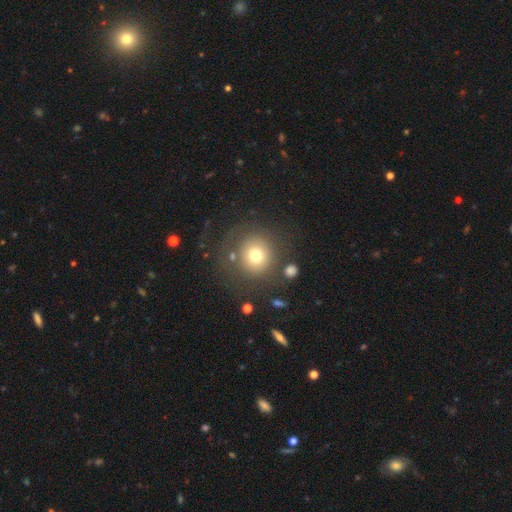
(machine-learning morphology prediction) smooth 71%, featured or disk 16%, star or artifact 13%. Down the decision tree: how rounded — round (92%); merging — none (71%).